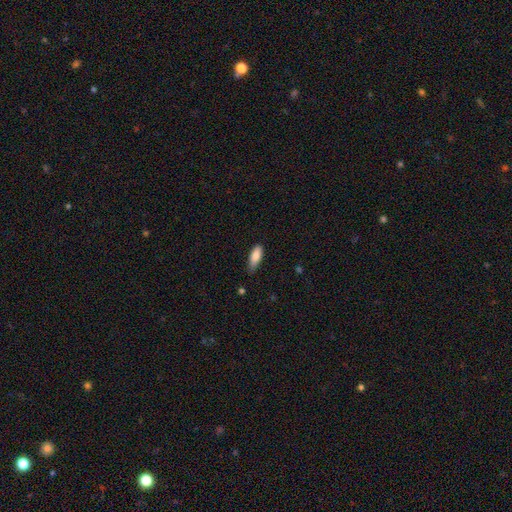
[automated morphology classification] A smooth galaxy with no disk features (85%) that is in between round and cigar-shaped (71%).

Vote fractions:
- Smooth or featured? smooth: 85% / featured or disk: 9% / star or artifact: 7%
- How rounded? in between: 71% / cigar-shaped: 27% / round: 2%
- Merging? none: 68% / minor disturbance: 27% / major disturbance: 4% / merger: 1%